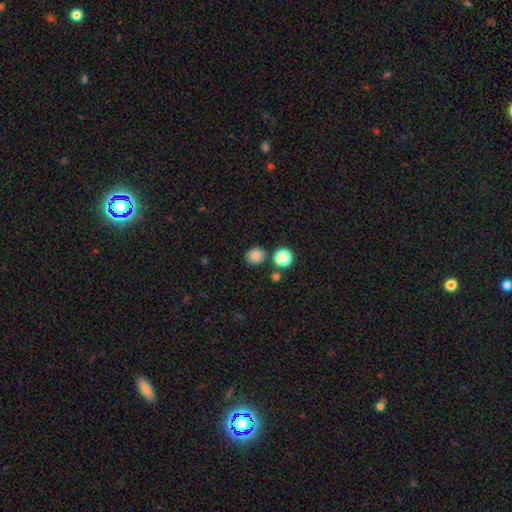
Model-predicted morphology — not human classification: A smooth galaxy with no disk features (82%) that is round (77%).

Vote fractions:
- Smooth or featured? smooth: 82% / star or artifact: 12% / featured or disk: 6%
- How rounded? round: 77% / in between: 22% / cigar-shaped: 1%
- Merging? none: 80% / minor disturbance: 10% / merger: 7% / major disturbance: 3%